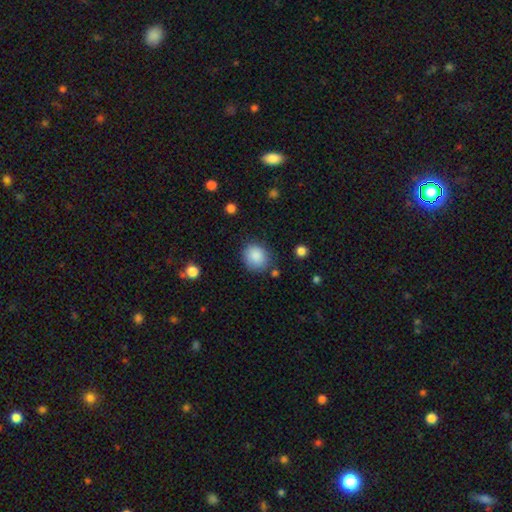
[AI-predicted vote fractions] smooth_or_featured: smooth (p=0.87) [alt: star or artifact p=0.08]
how_rounded: round (p=0.76) [alt: in between p=0.23]
merging: none (p=0.79) [alt: minor disturbance p=0.14]